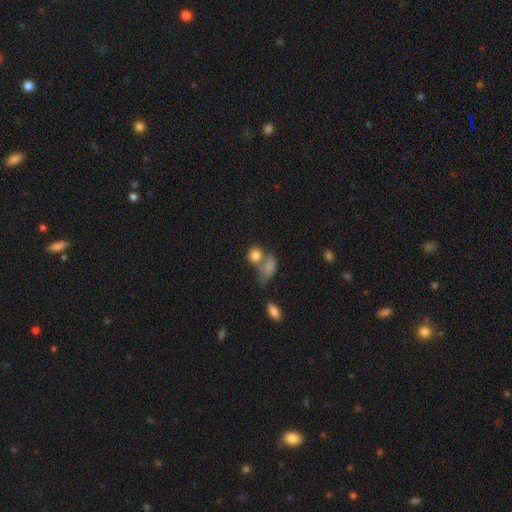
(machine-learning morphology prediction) smooth 81%, star or artifact 10%, featured or disk 9%. Down the decision tree: how rounded — round (67%); merging — merger (44%).